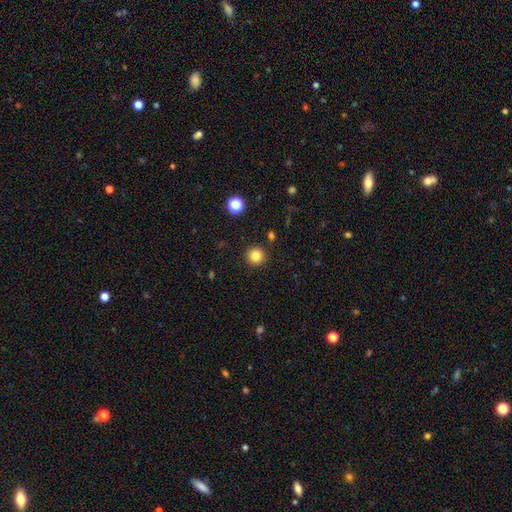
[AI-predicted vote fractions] The model was most divided on "smooth or featured": smooth: 83%, star or artifact: 12%, featured or disk: 5%. More confident: how rounded — round (95%); merging — none (91%).